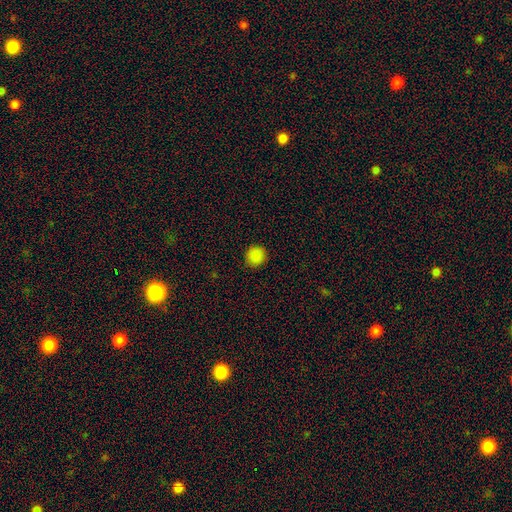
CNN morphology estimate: type=smooth (87%); roundness=round (92%); merging=none (90%).